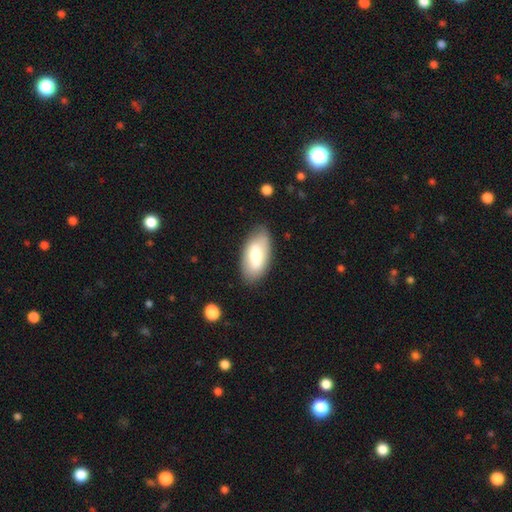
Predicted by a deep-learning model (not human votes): The model was most divided on "smooth or featured": smooth: 67%, featured or disk: 27%, star or artifact: 6%. More confident: how rounded — in between (92%); merging — none (80%).